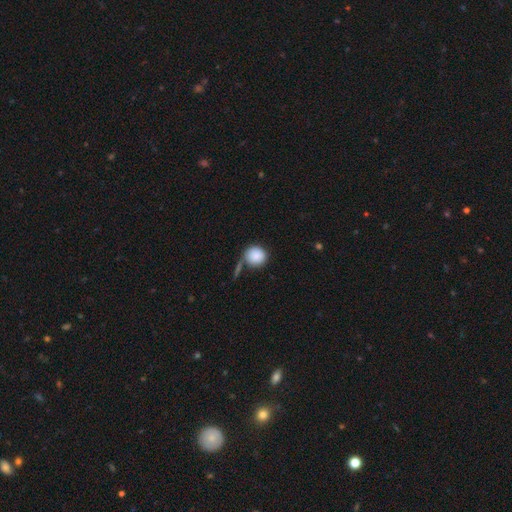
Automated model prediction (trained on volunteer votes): Smooth or featured? smooth (87%)
How rounded? round (90%)
Merging? none (60%)